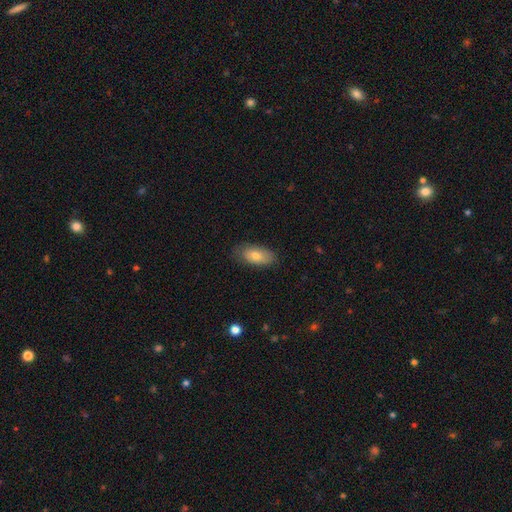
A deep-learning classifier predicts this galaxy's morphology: Overall: smooth (75%). How rounded: in between (90%). Merging: none (81%).